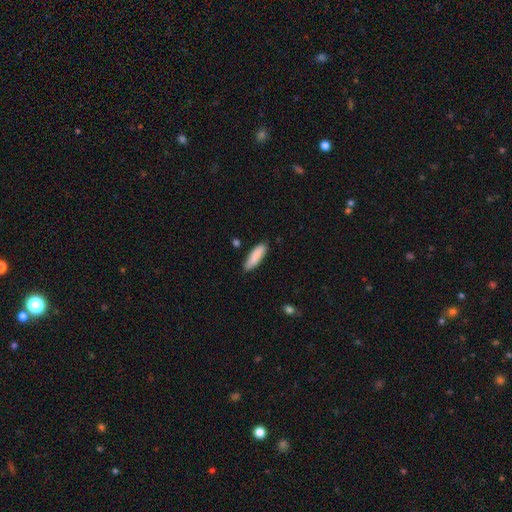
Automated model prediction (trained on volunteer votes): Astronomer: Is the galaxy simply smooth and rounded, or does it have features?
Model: smooth — 87%.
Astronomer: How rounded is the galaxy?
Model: cigar-shaped — 54% (runner-up: in between, 44%).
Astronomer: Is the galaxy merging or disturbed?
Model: none — 82%.